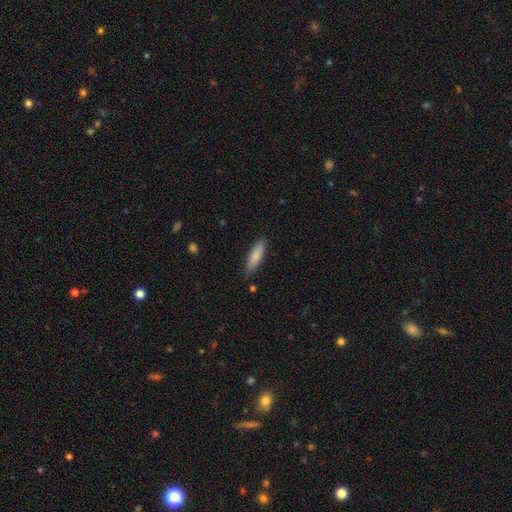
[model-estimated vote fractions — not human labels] smooth-or-featured: smooth: 83% | featured or disk: 12% | star or artifact: 6%
  how-rounded: cigar-shaped: 63% | in between: 35% | round: 2%
  merging: none: 84% | minor disturbance: 12% | major disturbance: 2% | merger: 2%